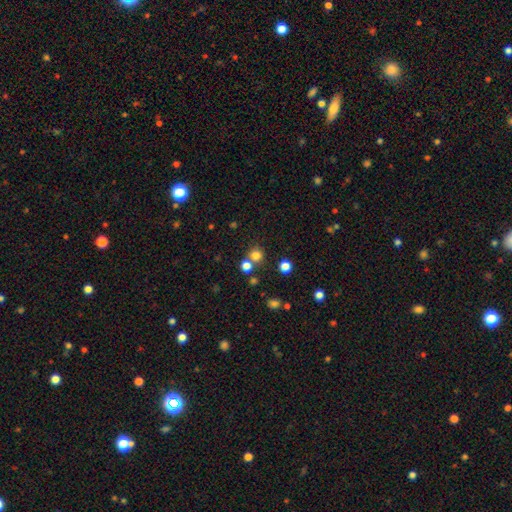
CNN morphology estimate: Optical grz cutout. It shows a smooth galaxy with no disk features (76%) that is round (90%). Merging: none (68%).